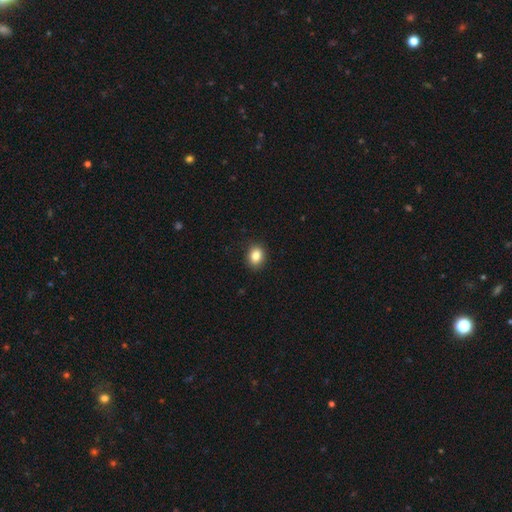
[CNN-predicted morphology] Smooth or featured? smooth (85%)
How rounded? in between (50%)
Merging? none (90%)